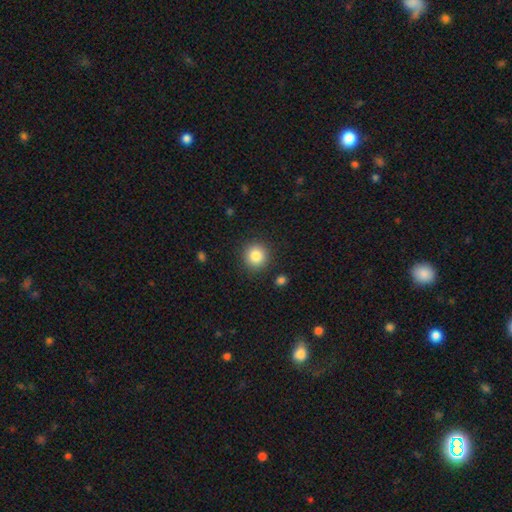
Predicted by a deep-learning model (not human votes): Smooth or featured? Predicted: smooth (p=0.85). How rounded? Predicted: round (p=0.92). Merging? Predicted: none (p=0.89).